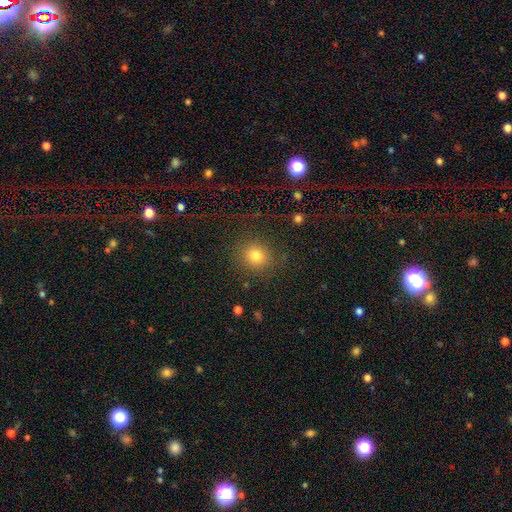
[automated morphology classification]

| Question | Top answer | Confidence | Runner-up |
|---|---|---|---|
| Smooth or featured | smooth | 78% | star or artifact (14%) |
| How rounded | round | 84% | in between (14%) |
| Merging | none | 81% | minor disturbance (10%) |